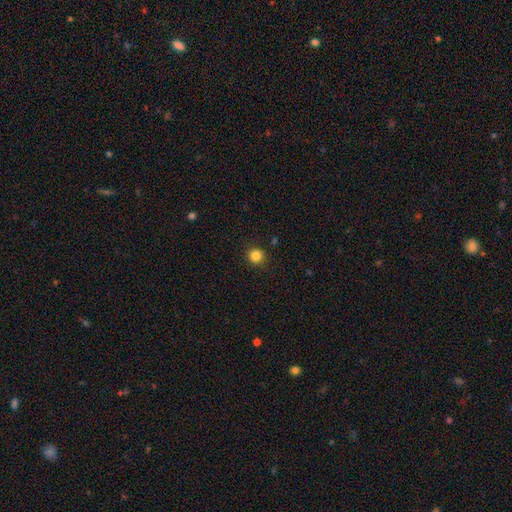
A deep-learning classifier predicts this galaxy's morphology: The model was most divided on "smooth or featured": smooth: 84%, star or artifact: 12%, featured or disk: 4%. More confident: how rounded — round (93%); merging — none (91%).